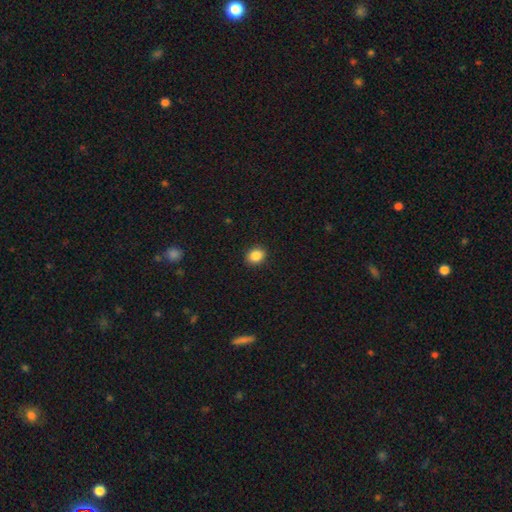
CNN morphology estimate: Smooth or featured? Predicted: smooth (p=0.87). How rounded? Predicted: round (p=0.58). Merging? Predicted: none (p=0.91).